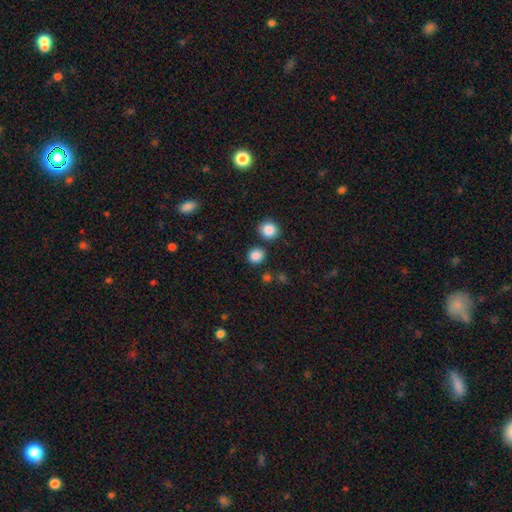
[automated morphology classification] Q: Smooth or featured?
A: smooth (86%); runner-up: star or artifact (11%)
Q: How rounded?
A: round (81%); runner-up: in between (18%)
Q: Merging?
A: none (81%); runner-up: minor disturbance (9%)